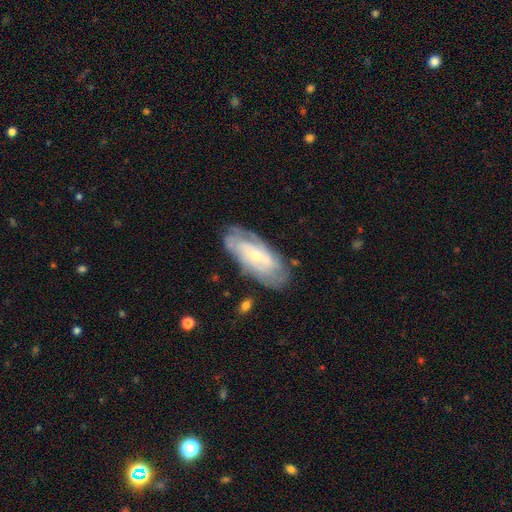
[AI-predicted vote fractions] A featured or disk galaxy (71%) with no bar (60%), tight (63%) spiral arms (81%) and a small central bulge (71%). Merging: none (74%).